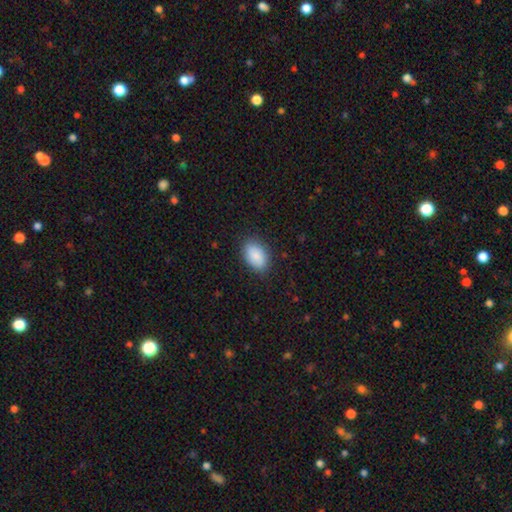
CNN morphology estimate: Smooth or featured? smooth (86%)
How rounded? in between (90%)
Merging? none (84%)